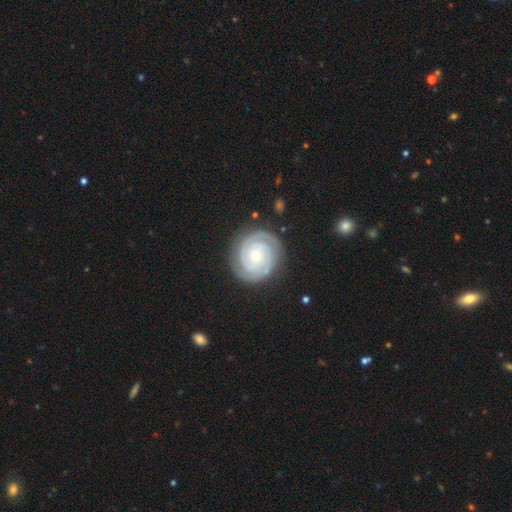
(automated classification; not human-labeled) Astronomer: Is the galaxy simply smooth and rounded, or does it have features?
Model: featured or disk — 90%.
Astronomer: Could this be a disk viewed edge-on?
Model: no — 98%.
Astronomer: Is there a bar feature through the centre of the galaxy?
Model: no — 70%.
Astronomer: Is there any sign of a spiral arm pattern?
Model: yes — 98%.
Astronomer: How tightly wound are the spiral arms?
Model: tight — 85%.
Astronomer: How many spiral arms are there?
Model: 2 — 73%.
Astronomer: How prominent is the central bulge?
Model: small — 58% (runner-up: moderate, 37%).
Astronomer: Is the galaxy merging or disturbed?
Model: none — 85%.